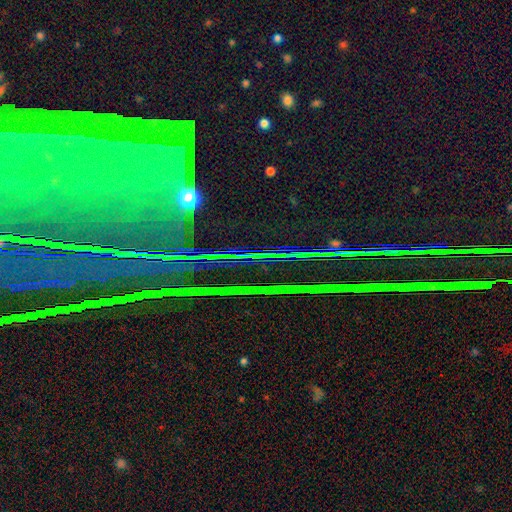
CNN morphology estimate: type=star or artifact (84%).